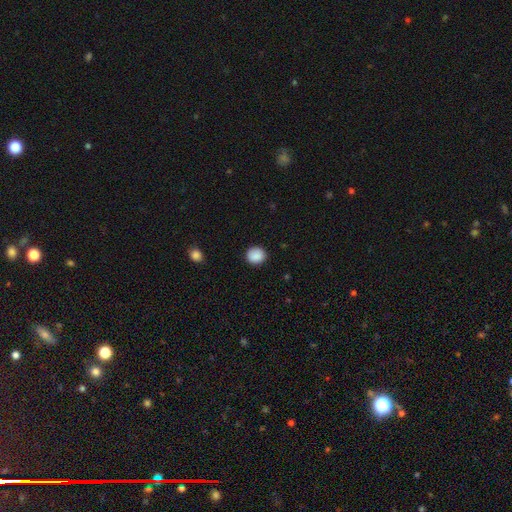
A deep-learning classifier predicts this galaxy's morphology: The model was most divided on "how rounded": round: 81%, in between: 18%, cigar-shaped: 1%. More confident: smooth or featured — smooth (89%); merging — none (89%).